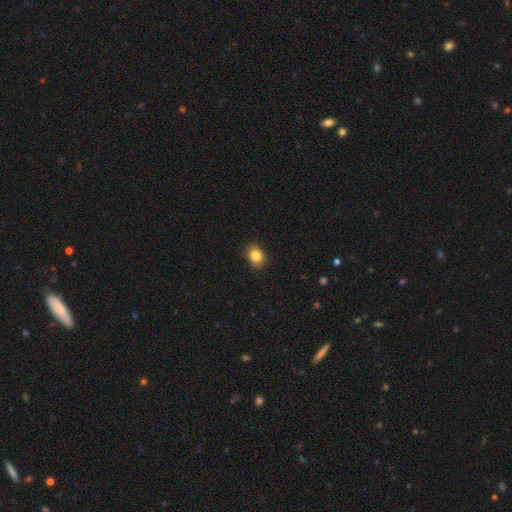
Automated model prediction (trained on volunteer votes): Q: Smooth or featured?
A: smooth (84%); runner-up: star or artifact (10%)
Q: How rounded?
A: in between (56%); runner-up: round (43%)
Q: Merging?
A: none (90%); runner-up: minor disturbance (7%)